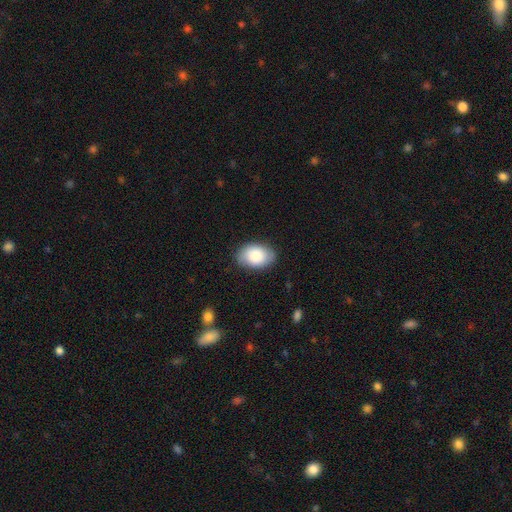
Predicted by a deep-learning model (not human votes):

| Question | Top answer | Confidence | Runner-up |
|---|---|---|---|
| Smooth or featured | smooth | 84% | featured or disk (10%) |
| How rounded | in between | 88% | round (11%) |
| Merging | none | 85% | minor disturbance (12%) |